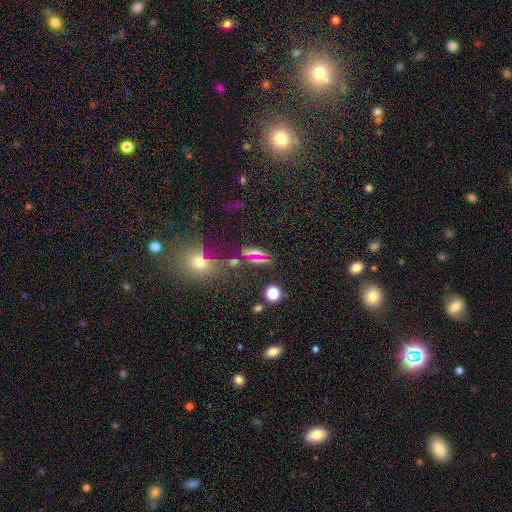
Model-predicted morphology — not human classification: This appears to be a star or artifact, not a galaxy (43%).